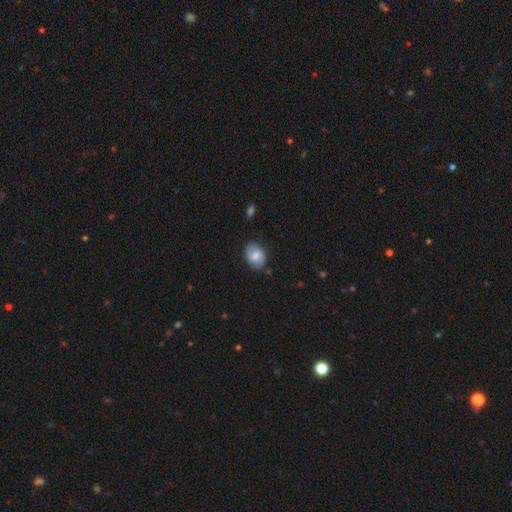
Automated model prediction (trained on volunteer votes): Q: Smooth or featured?
A: smooth (67%); runner-up: featured or disk (26%)
Q: How rounded?
A: in between (70%); runner-up: round (29%)
Q: Merging?
A: none (77%); runner-up: minor disturbance (18%)